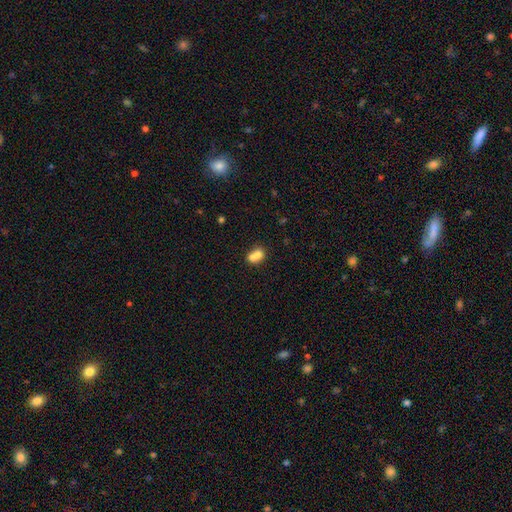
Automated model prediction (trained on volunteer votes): Smooth or featured?
  - smooth: 70% *
  - featured or disk: 19%
  - star or artifact: 11%
How rounded?
  - round: 64% *
  - in between: 35%
  - cigar-shaped: 1%
Merging?
  - merger: 69% *
  - none: 23%
  - minor disturbance: 6%
  - major disturbance: 3%